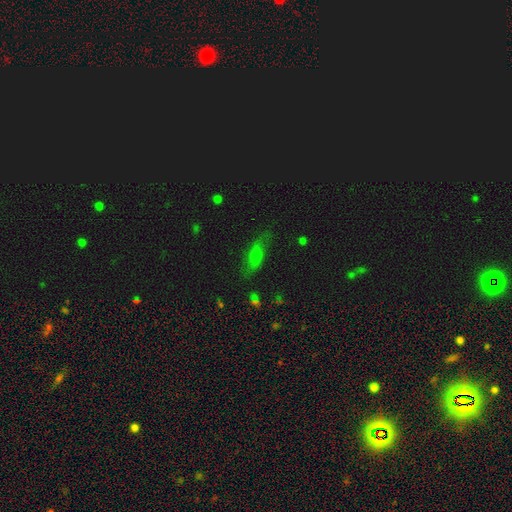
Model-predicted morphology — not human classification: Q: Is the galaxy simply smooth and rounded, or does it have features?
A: smooth — 55%.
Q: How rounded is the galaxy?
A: in between — 65%.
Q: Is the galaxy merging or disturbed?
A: none — 66%.